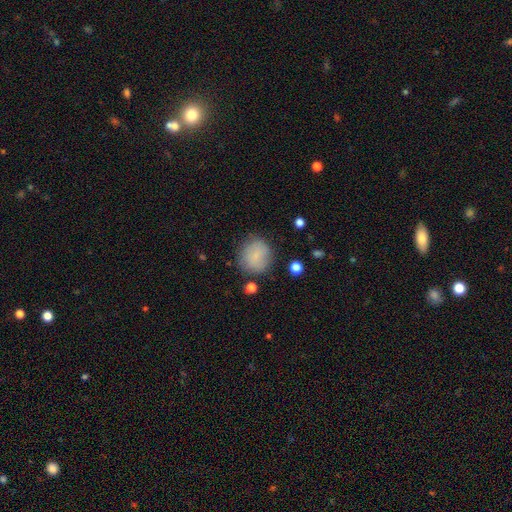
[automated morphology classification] Overall: smooth (81%). How rounded: round (89%). Merging: none (79%).